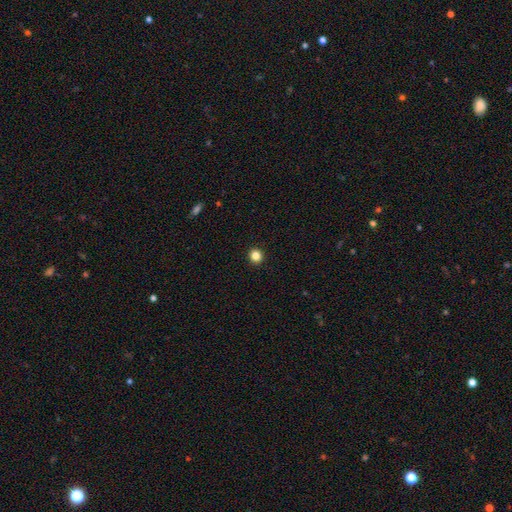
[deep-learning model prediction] Overall: smooth (85%). How rounded: round (91%). Merging: none (94%).